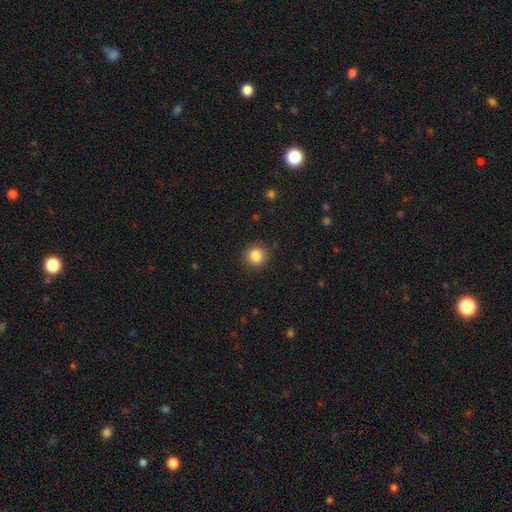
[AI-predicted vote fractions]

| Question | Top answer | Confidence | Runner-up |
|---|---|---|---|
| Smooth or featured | smooth | 85% | star or artifact (10%) |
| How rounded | round | 92% | in between (7%) |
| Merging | none | 90% | minor disturbance (7%) |